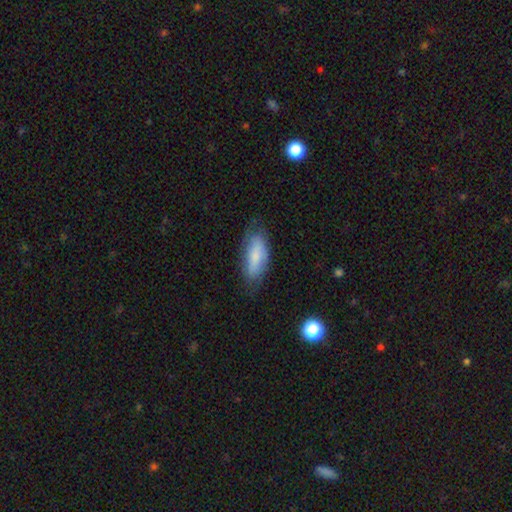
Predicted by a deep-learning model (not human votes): Morphology: type=smooth (73%); roundness=in between (78%); merging=none (67%).